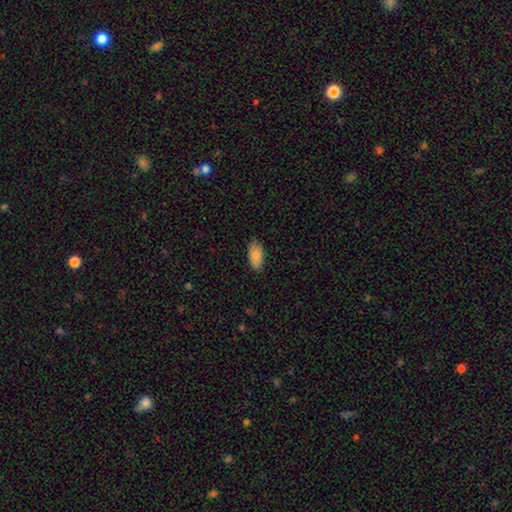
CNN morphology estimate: smooth-or-featured: smooth: 85% | featured or disk: 9% | star or artifact: 6%
  how-rounded: in between: 93% | cigar-shaped: 5% | round: 2%
  merging: none: 81% | minor disturbance: 15% | major disturbance: 2% | merger: 1%